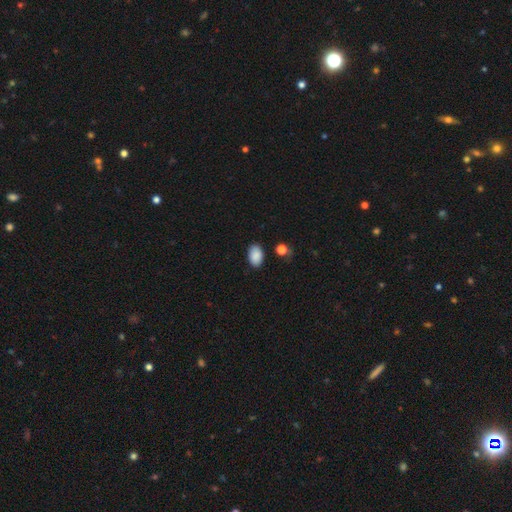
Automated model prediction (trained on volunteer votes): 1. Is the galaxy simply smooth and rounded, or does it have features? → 89% smooth, 7% star or artifact, 4% featured or disk.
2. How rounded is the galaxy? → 91% in between, 8% round, 1% cigar-shaped.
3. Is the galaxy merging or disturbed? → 84% none, 11% minor disturbance, 3% major disturbance, 2% merger.